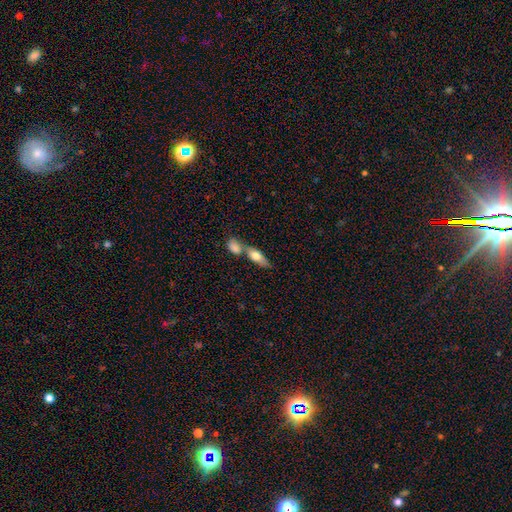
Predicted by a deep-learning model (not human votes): This is likely a smooth galaxy (67%). How rounded: likely in between (66%). Merging: possibly merger (55%).